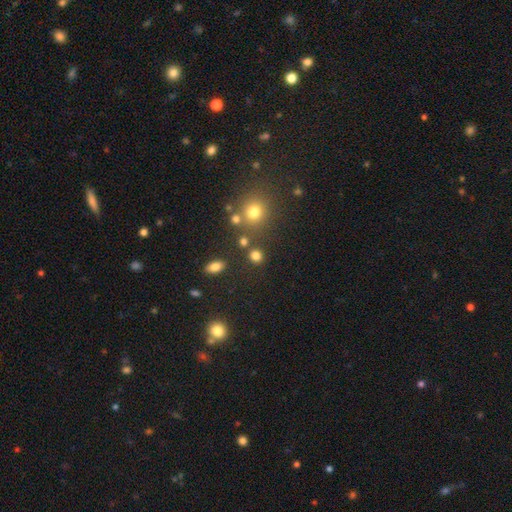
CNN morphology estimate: smooth_or_featured: smooth (p=0.78) [alt: star or artifact p=0.16]
how_rounded: round (p=0.80) [alt: in between p=0.18]
merging: none (p=0.78) [alt: merger p=0.09]